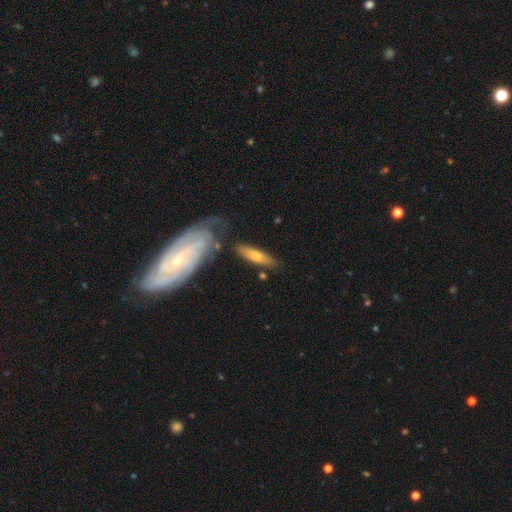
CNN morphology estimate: The model was most divided on "smooth or featured": smooth: 64%, featured or disk: 30%, star or artifact: 6%. More confident: merging — none (67%); how rounded — cigar-shaped (66%).